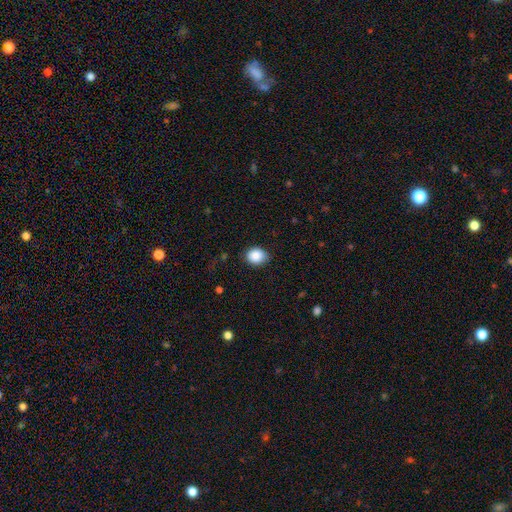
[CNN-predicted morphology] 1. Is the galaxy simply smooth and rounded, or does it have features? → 88% smooth, 8% star or artifact, 4% featured or disk.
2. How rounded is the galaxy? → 63% round, 36% in between, 1% cigar-shaped.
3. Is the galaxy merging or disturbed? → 82% none, 13% minor disturbance, 3% major disturbance, 1% merger.